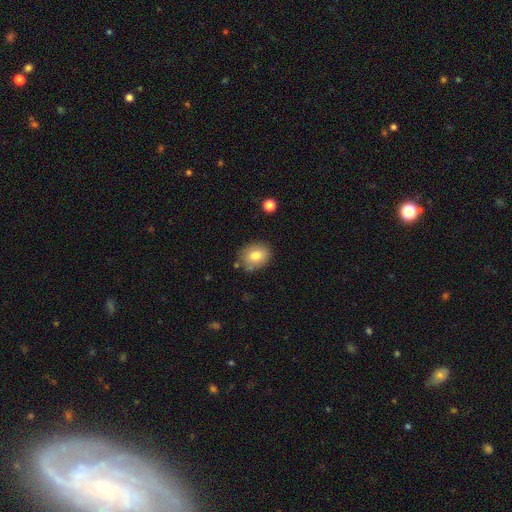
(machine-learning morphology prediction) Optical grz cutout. It shows a smooth galaxy with no disk features (79%) that is round (50%). Merging: none (79%).